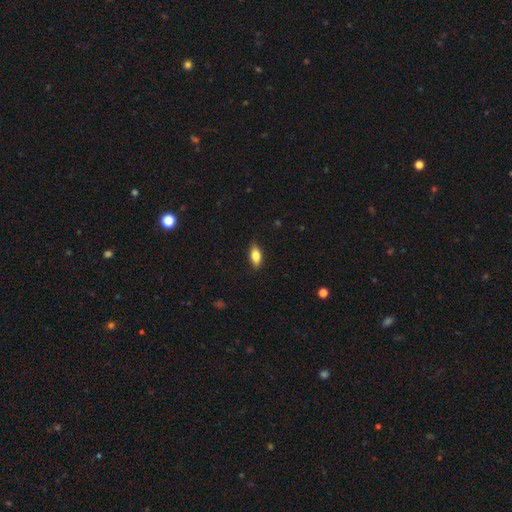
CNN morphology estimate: Q: Smooth or featured?
A: smooth (79%); runner-up: featured or disk (14%)
Q: How rounded?
A: in between (84%); runner-up: cigar-shaped (12%)
Q: Merging?
A: none (84%); runner-up: minor disturbance (12%)